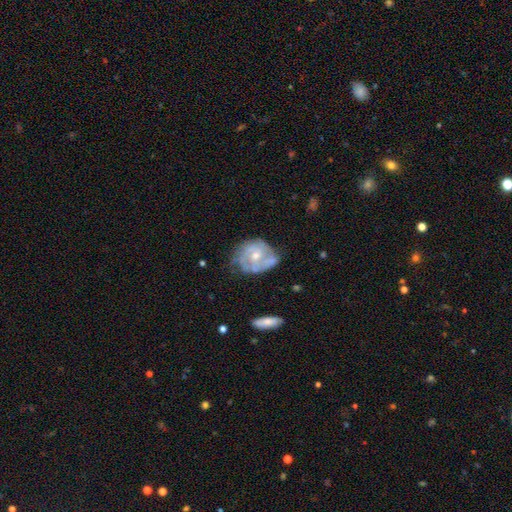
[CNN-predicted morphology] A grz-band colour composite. It shows a featured or disk galaxy (73%) with no bar (66%), 2 (43%) tight (52%) spiral arms (78%) and a moderate central bulge (54%). Merging: none (48%).